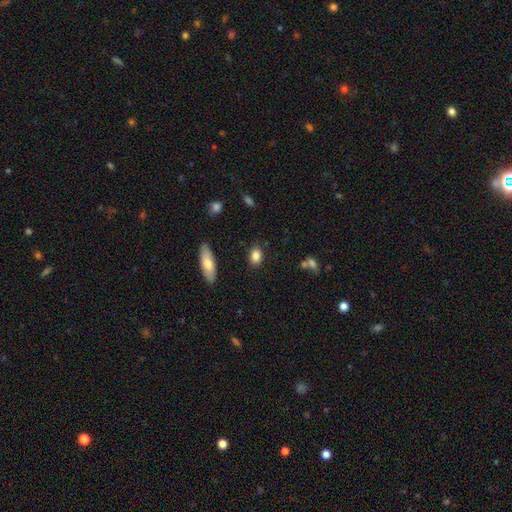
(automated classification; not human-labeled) Smooth or featured? smooth (84%)
How rounded? in between (72%)
Merging? none (85%)